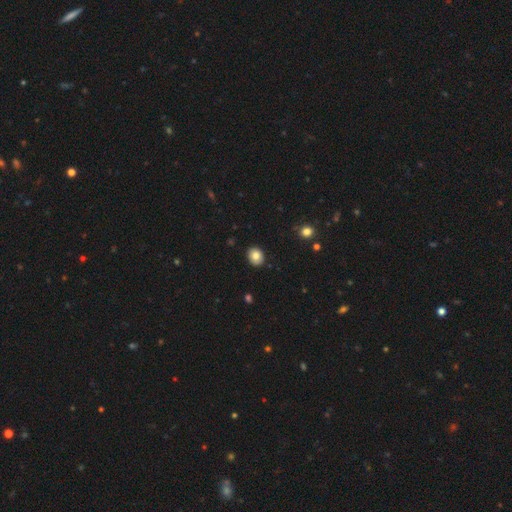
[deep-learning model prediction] Smooth or featured: smooth — 82% (star or artifact — 9%)
How rounded: round — 56% (in between — 43%)
Merging: none — 90% (minor disturbance — 8%)